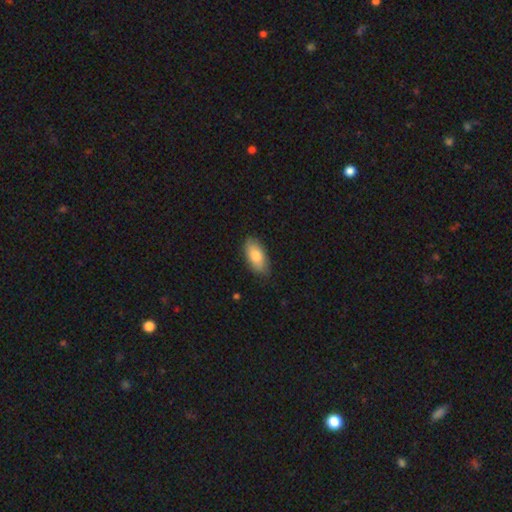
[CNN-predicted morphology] smooth_or_featured: smooth (p=0.81) [alt: featured or disk p=0.14]
how_rounded: in between (p=0.90) [alt: cigar-shaped p=0.07]
merging: none (p=0.83) [alt: minor disturbance p=0.13]